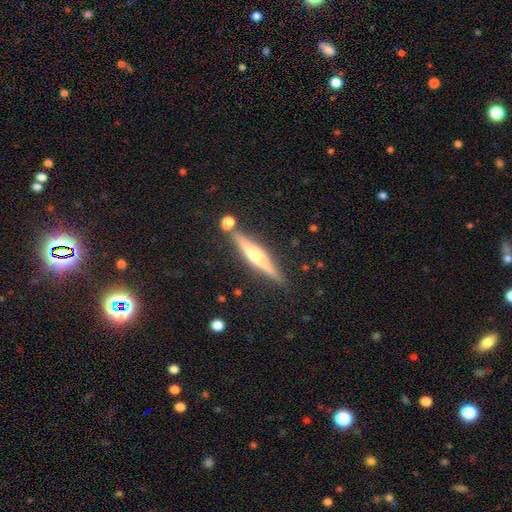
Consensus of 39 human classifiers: A featured or disk galaxy (77%) viewed edge-on (93%) with a rounded central bulge (54%). Merging: none (79%).